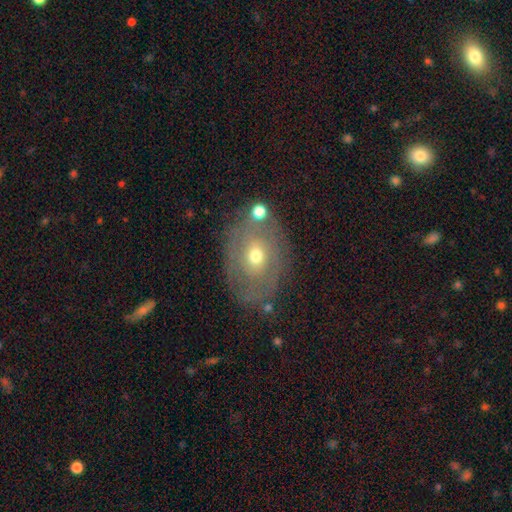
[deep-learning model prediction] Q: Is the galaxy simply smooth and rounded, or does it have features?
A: featured or disk — 55%.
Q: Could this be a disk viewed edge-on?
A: no — 93%.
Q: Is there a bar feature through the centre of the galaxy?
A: no — 81%.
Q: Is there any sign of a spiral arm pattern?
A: no — 52%.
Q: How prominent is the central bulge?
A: moderate — 60%.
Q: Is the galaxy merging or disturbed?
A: none — 66%.